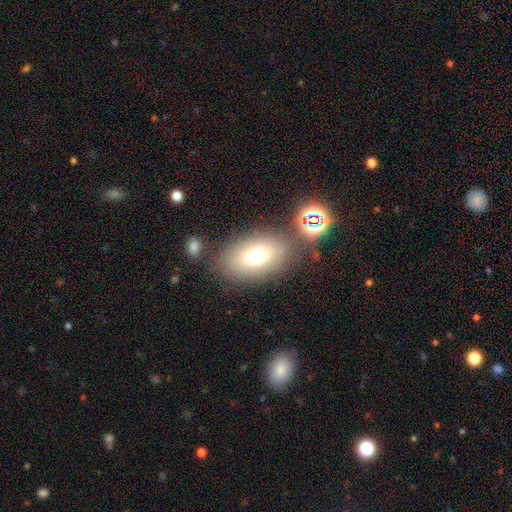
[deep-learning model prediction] This is likely a smooth galaxy (73%). How rounded: clearly in between (87%). Merging: likely none (75%).